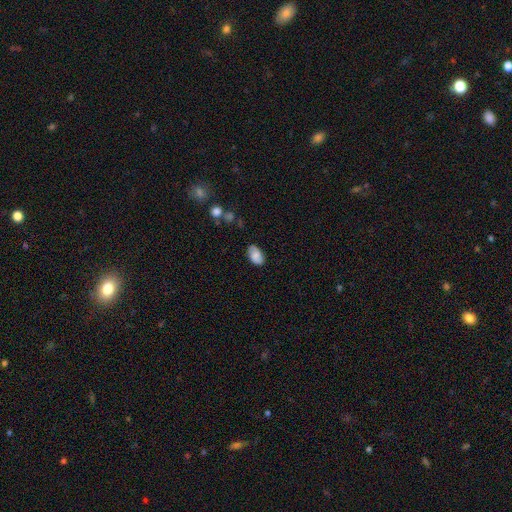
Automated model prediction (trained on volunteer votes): A smooth galaxy with no disk features (70%) that is in between round and cigar-shaped (91%).

Vote fractions:
- Smooth or featured? smooth: 70% / featured or disk: 21% / star or artifact: 9%
- How rounded? in between: 91% / round: 7% / cigar-shaped: 1%
- Merging? none: 77% / minor disturbance: 17% / major disturbance: 4% / merger: 2%